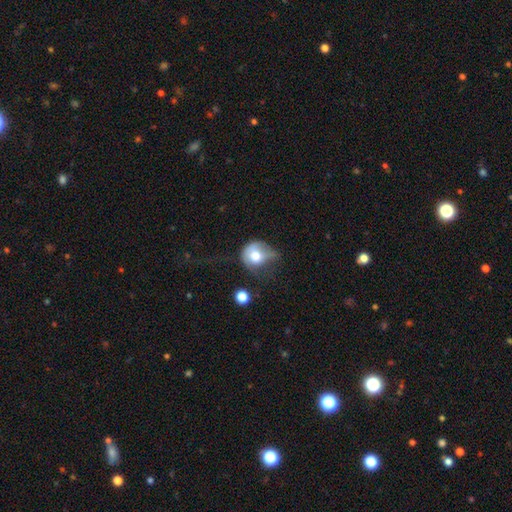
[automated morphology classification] A smooth galaxy with no disk features (63%) that is round (73%). Merging: major disturbance (40%).